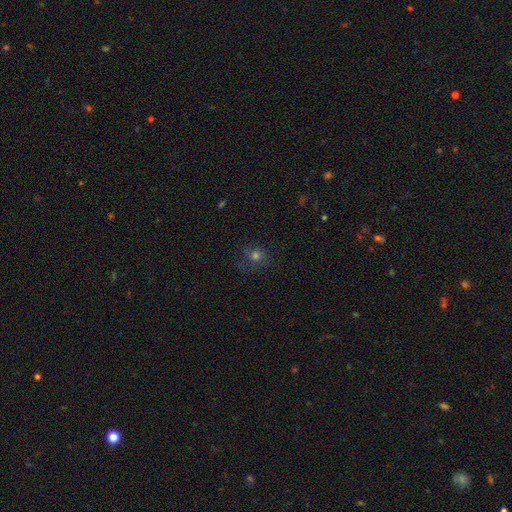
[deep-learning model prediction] Smooth or featured: smooth — 53% (star or artifact — 25%)
How rounded: round — 78% (in between — 21%)
Merging: none — 67% (minor disturbance — 18%)